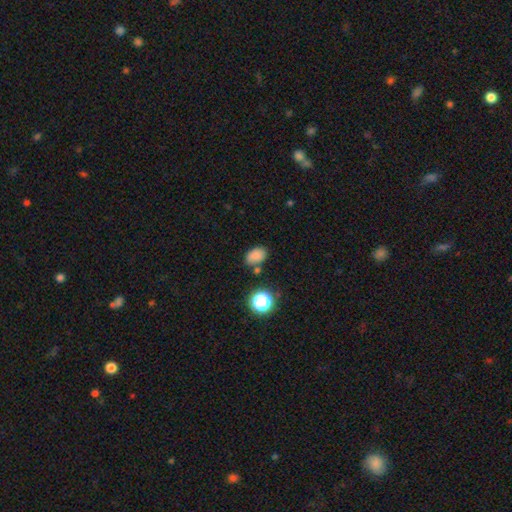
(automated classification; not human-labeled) smooth_or_featured: smooth (p=0.80) [alt: star or artifact p=0.14]
how_rounded: in between (p=0.79) [alt: round p=0.20]
merging: none (p=0.74) [alt: minor disturbance p=0.14]